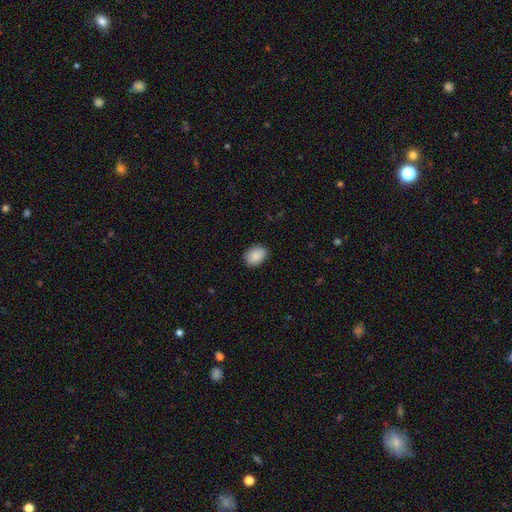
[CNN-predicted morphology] smooth-or-featured: smooth: 89% | star or artifact: 7% | featured or disk: 4%
  how-rounded: in between: 76% | round: 23% | cigar-shaped: 1%
  merging: none: 87% | minor disturbance: 10% | major disturbance: 2% | merger: 1%